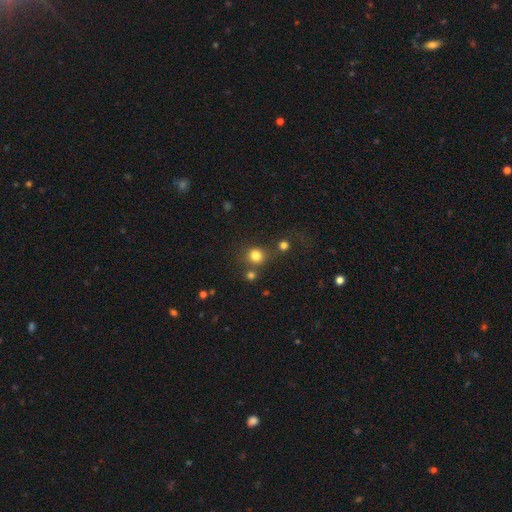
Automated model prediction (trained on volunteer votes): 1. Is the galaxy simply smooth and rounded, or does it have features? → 80% smooth, 14% star or artifact, 6% featured or disk.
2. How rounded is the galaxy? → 87% round, 12% in between, 1% cigar-shaped.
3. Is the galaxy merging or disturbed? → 66% none, 18% merger, 10% minor disturbance, 6% major disturbance.